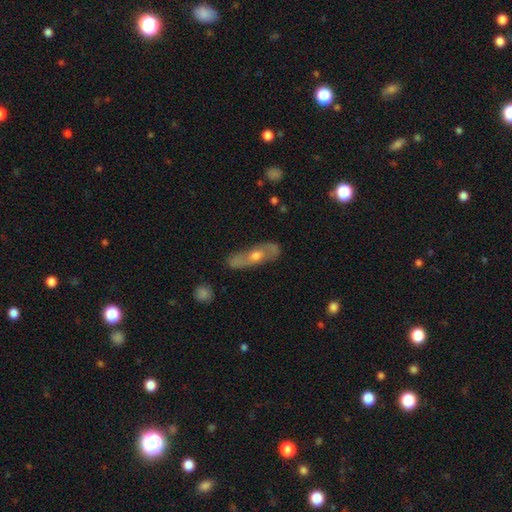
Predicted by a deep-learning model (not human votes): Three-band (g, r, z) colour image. It shows a featured or disk galaxy (59%). Merging: none (74%).